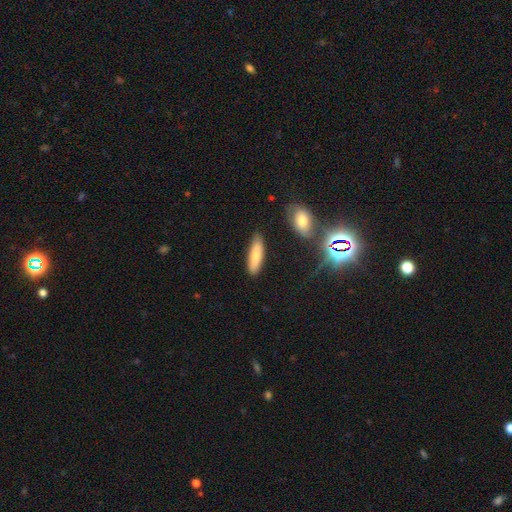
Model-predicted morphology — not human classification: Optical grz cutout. It shows a smooth galaxy with no disk features (79%) that is cigar-shaped (60%). Merging: none (84%).